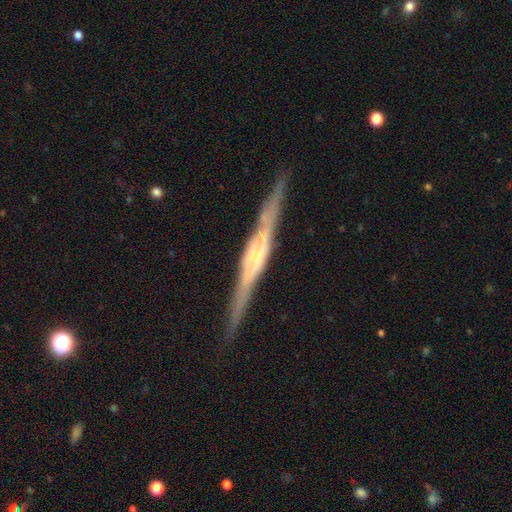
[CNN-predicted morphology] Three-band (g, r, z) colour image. It shows a featured or disk galaxy (84%) viewed edge-on (97%) with a rounded central bulge (46%). Merging: none (87%).